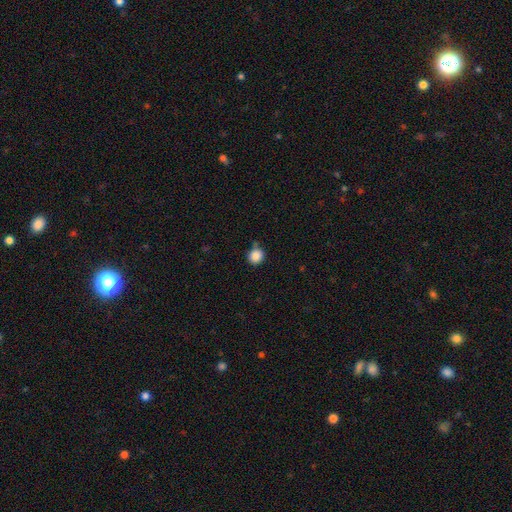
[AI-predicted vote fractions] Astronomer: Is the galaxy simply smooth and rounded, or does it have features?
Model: smooth — 87%.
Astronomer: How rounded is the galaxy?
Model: round — 90%.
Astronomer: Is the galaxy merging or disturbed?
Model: none — 75%.